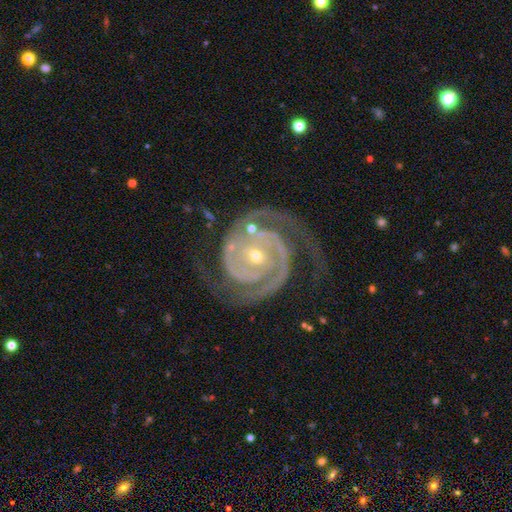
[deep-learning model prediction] Smooth or featured: featured or disk — 93% (star or artifact — 4%)
Edge-on disk: no — 98% (yes — 2%)
Bar: no — 58% (weak — 25%)
Spiral arms: yes — 99% (no — 1%)
Spiral winding: tight — 72% (medium — 25%)
Spiral arm count: 2 — 86% (3 — 6%)
Bulge size: small — 68% (moderate — 29%)
Merging: none — 72% (minor disturbance — 16%)